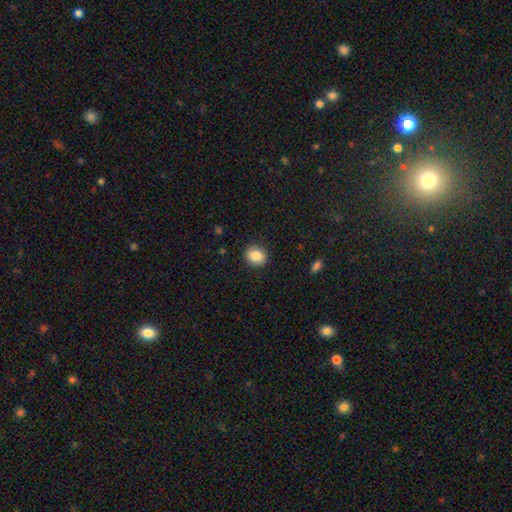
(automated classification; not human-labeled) Smooth or featured: smooth — 86% (star or artifact — 9%)
How rounded: round — 67% (in between — 32%)
Merging: none — 90% (minor disturbance — 7%)